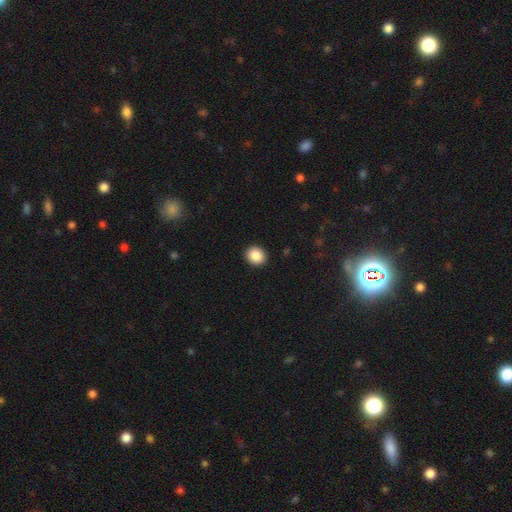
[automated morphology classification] smooth 89%, star or artifact 8%, featured or disk 3%. Down the decision tree: how rounded — round (71%); merging — none (92%).